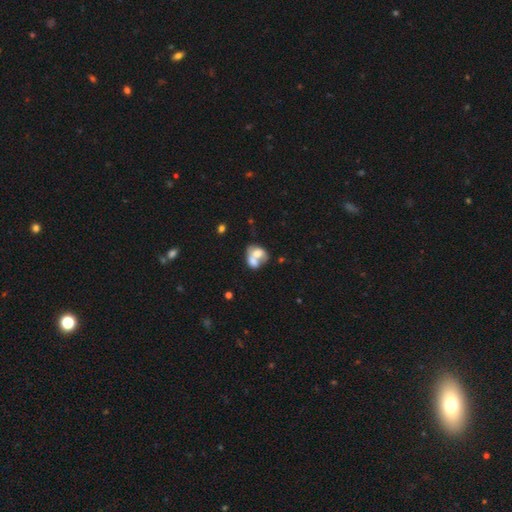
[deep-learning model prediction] Smooth or featured? smooth (61%)
How rounded? in between (64%)
Merging? merger (71%)